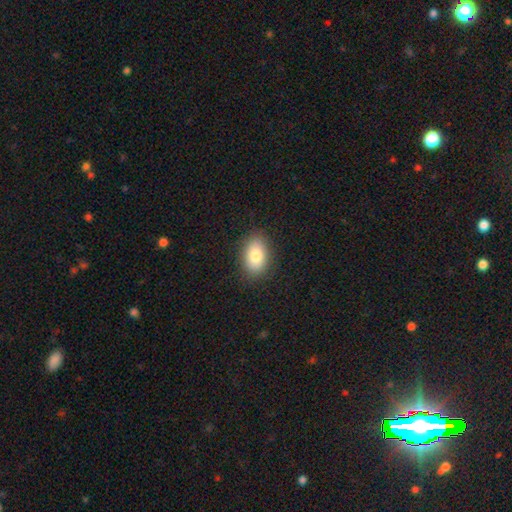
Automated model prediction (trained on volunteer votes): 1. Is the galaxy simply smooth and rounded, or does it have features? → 81% smooth, 11% featured or disk, 8% star or artifact.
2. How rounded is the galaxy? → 87% in between, 11% round, 2% cigar-shaped.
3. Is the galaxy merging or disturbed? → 87% none, 9% minor disturbance, 2% major disturbance, 1% merger.